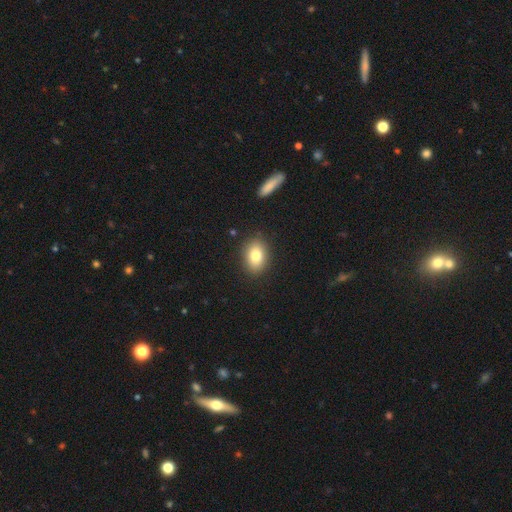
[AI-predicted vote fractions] The model was most divided on "how rounded": in between: 76%, round: 23%, cigar-shaped: 1%. More confident: merging — none (87%); smooth or featured — smooth (81%).